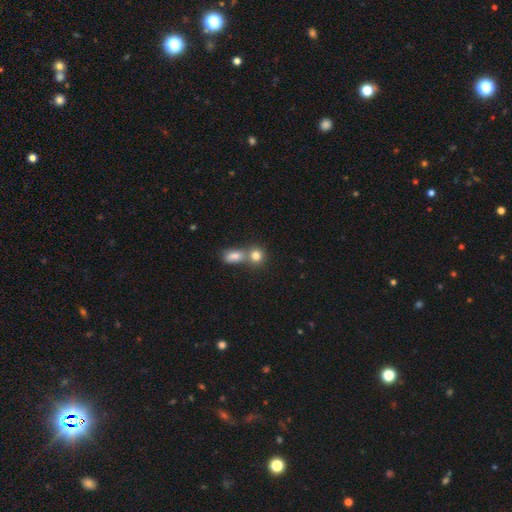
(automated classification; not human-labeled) This is clearly a smooth galaxy (81%). How rounded: likely round (74%). Merging: possibly merger (47%).